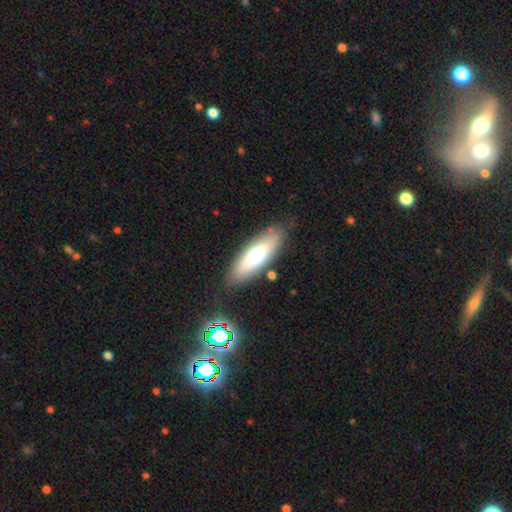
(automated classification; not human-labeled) A smooth galaxy with no disk features (68%) that is in between round and cigar-shaped (56%).

Vote fractions:
- Smooth or featured? smooth: 68% / featured or disk: 26% / star or artifact: 7%
- How rounded? in between: 56% / cigar-shaped: 42% / round: 2%
- Merging? none: 82% / minor disturbance: 12% / major disturbance: 3% / merger: 3%